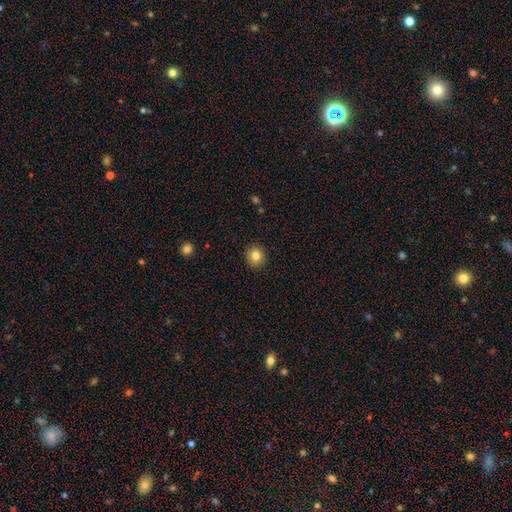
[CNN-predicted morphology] Smooth or featured? smooth (82%)
How rounded? round (86%)
Merging? none (91%)